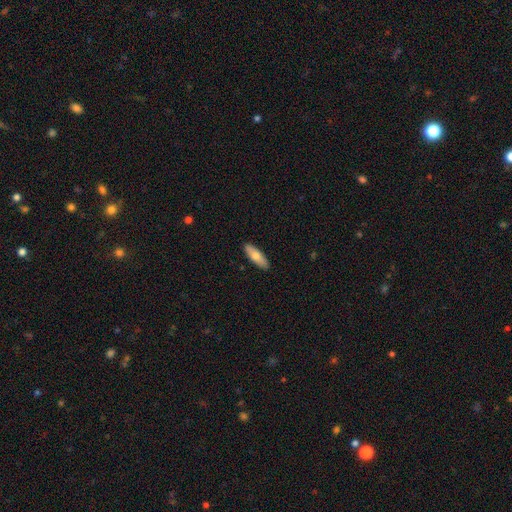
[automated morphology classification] type=smooth (72%); roundness=in between (52%); merging=none (90%).